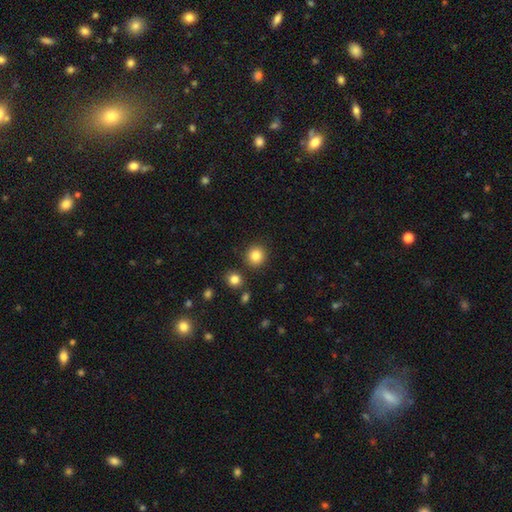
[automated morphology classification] Smooth or featured: smooth — 85% (star or artifact — 10%)
How rounded: round — 92% (in between — 7%)
Merging: none — 88% (minor disturbance — 6%)